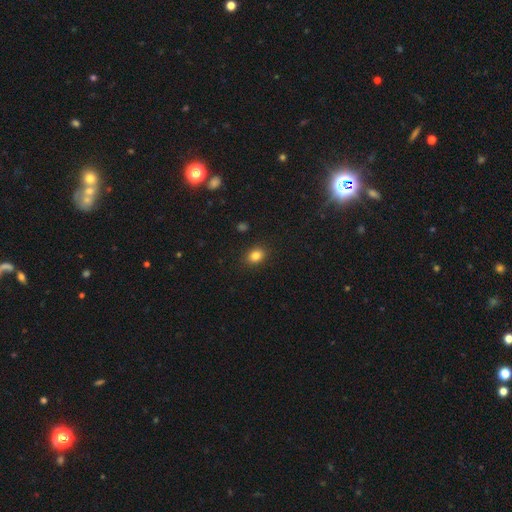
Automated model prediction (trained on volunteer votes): This appears to be a smooth galaxy with no disk features (83%) that is in between round and cigar-shaped (58%). Merging: none (89%).